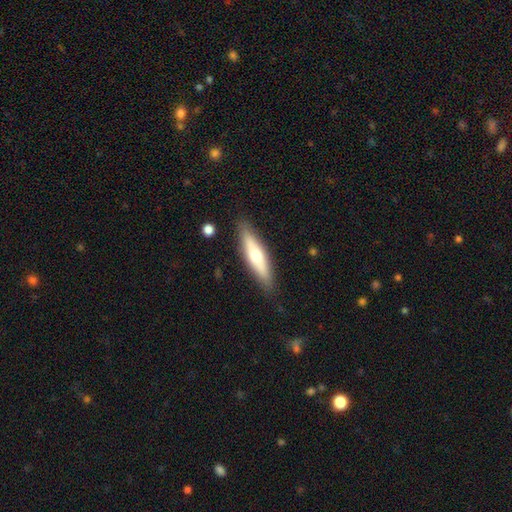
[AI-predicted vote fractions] Q: Smooth or featured?
A: smooth (53%); runner-up: featured or disk (42%)
Q: How rounded?
A: cigar-shaped (73%); runner-up: in between (26%)
Q: Merging?
A: none (87%); runner-up: minor disturbance (10%)